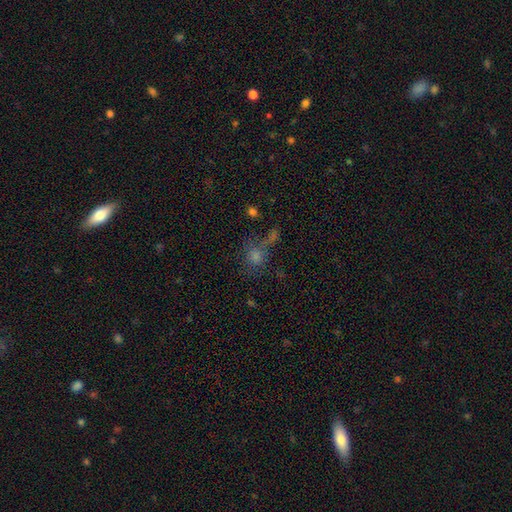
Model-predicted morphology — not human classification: type=smooth (54%); roundness=round (75%); merging=none (53%).